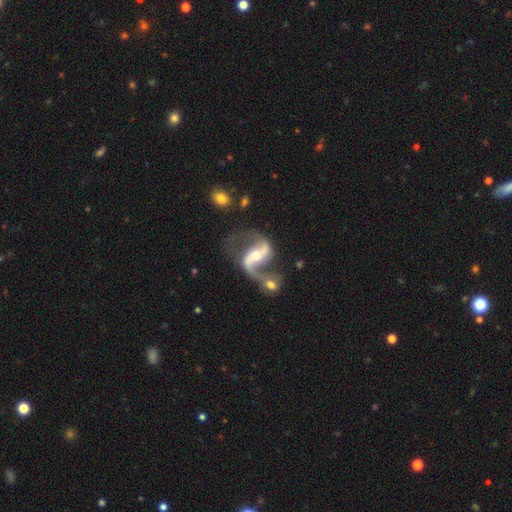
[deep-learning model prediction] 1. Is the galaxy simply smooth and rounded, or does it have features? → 90% featured or disk, 5% smooth, 5% star or artifact.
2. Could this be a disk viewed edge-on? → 97% no, 3% yes.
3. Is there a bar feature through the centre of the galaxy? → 40% strong, 33% weak, 27% no.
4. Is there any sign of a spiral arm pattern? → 96% yes, 4% no.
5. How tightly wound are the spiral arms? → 65% loose, 29% medium, 6% tight.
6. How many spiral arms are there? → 92% 2, 3% 1, 2% can't tell, 1% 3, 1% 4, 1% more than 4.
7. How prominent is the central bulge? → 57% moderate, 37% small, 4% large, 1% none, 1% dominant.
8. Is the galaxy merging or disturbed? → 41% none, 34% merger, 13% minor disturbance, 11% major disturbance.